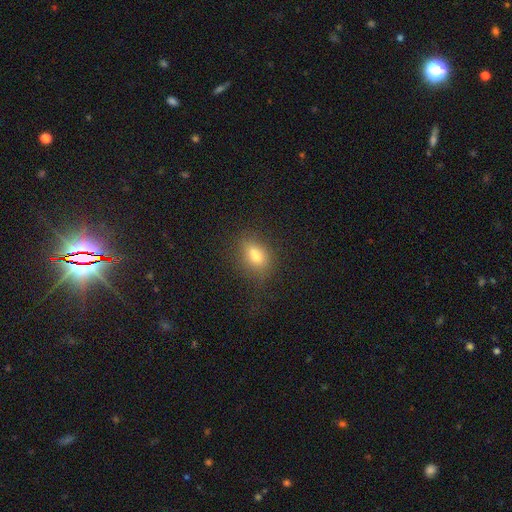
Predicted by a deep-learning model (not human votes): This appears to be a smooth galaxy with no disk features (72%) that is in between round and cigar-shaped (65%). Merging: none (54%).